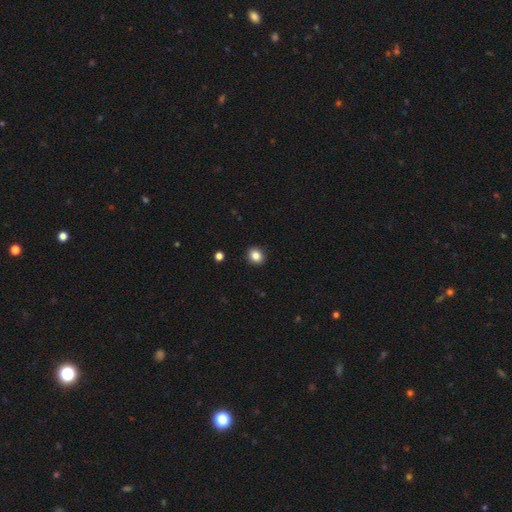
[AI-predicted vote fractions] A smooth galaxy with no disk features (85%) that is round (67%).

Vote fractions:
- Smooth or featured? smooth: 85% / star or artifact: 10% / featured or disk: 5%
- How rounded? round: 67% / in between: 32% / cigar-shaped: 1%
- Merging? none: 92% / minor disturbance: 6% / major disturbance: 2% / merger: 1%